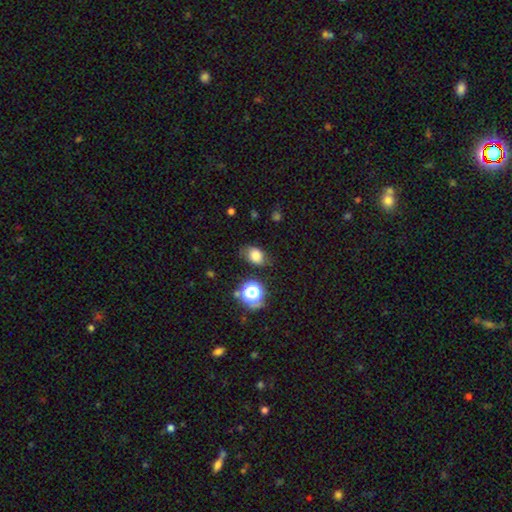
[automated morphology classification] smooth 76%, star or artifact 14%, featured or disk 10%. Down the decision tree: how rounded — in between (66%); merging — none (68%).